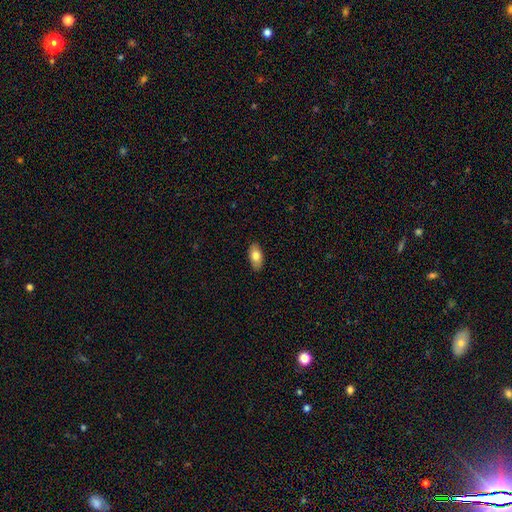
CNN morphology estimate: Smooth or featured? Predicted: smooth (p=0.78). How rounded? Predicted: in between (p=0.92). Merging? Predicted: none (p=0.87).